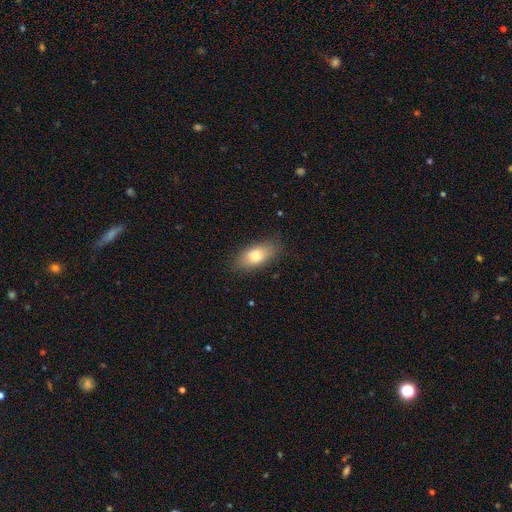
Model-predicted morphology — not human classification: Smooth or featured? smooth (79%)
How rounded? in between (87%)
Merging? none (83%)